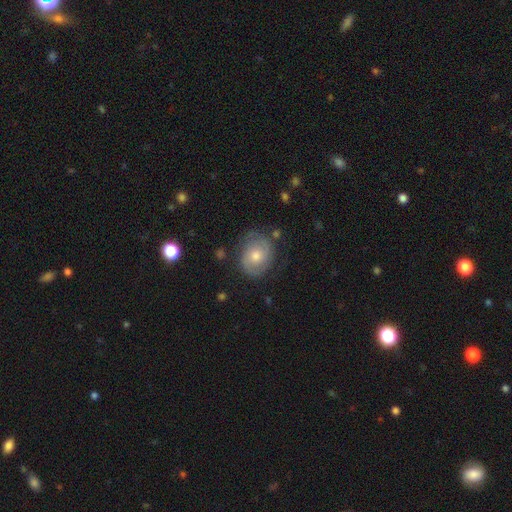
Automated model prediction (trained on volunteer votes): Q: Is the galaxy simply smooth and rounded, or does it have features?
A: featured or disk — 61%.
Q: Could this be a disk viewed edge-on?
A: no — 97%.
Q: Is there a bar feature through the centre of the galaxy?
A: no — 74%.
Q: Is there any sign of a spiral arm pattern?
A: yes — 83%.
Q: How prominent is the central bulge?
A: moderate — 65%.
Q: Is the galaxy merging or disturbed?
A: none — 77%.